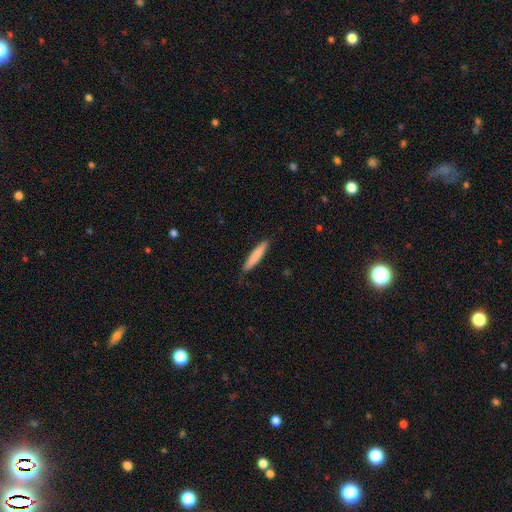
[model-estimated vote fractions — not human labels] The model was most divided on "smooth or featured": smooth: 80%, featured or disk: 15%, star or artifact: 5%. More confident: how rounded — cigar-shaped (91%); merging — none (84%).